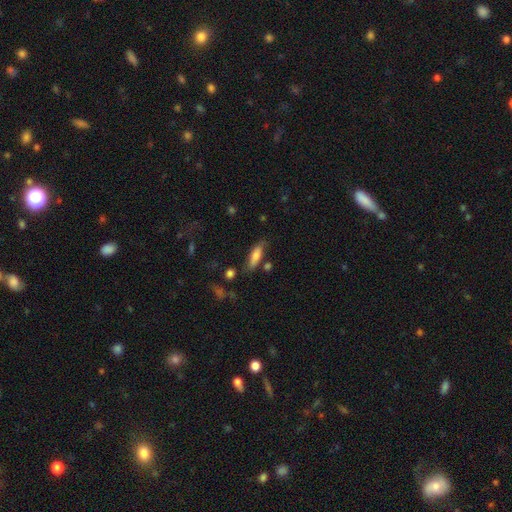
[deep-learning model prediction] Q: Smooth or featured?
A: smooth (74%); runner-up: featured or disk (19%)
Q: How rounded?
A: cigar-shaped (49%); tied with: in between (49%)
Q: Merging?
A: none (69%); runner-up: minor disturbance (19%)